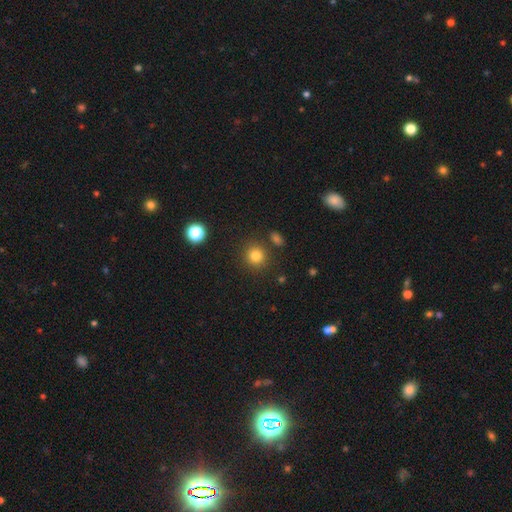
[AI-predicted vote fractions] Smooth or featured? smooth (80%)
How rounded? round (91%)
Merging? none (86%)